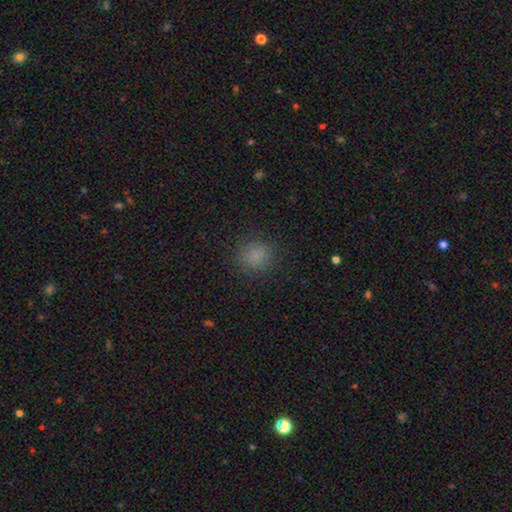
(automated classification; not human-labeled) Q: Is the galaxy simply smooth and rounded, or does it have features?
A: smooth — 83%.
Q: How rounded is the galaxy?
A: round — 89%.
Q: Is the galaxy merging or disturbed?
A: none — 88%.